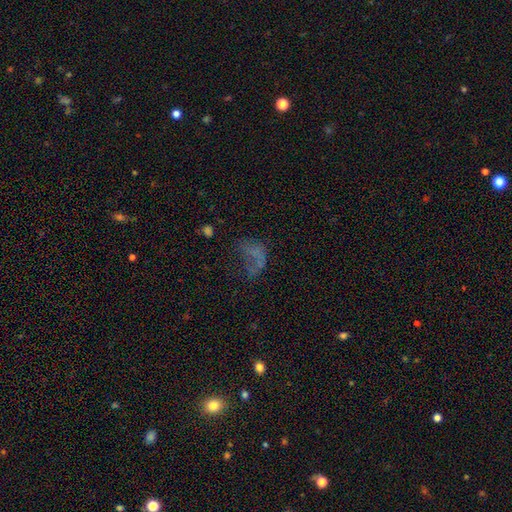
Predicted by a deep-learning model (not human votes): smooth-or-featured: smooth: 40% | featured or disk: 36% | star or artifact: 25%
  merging: major disturbance: 43% | none: 32% | minor disturbance: 15% | merger: 10%